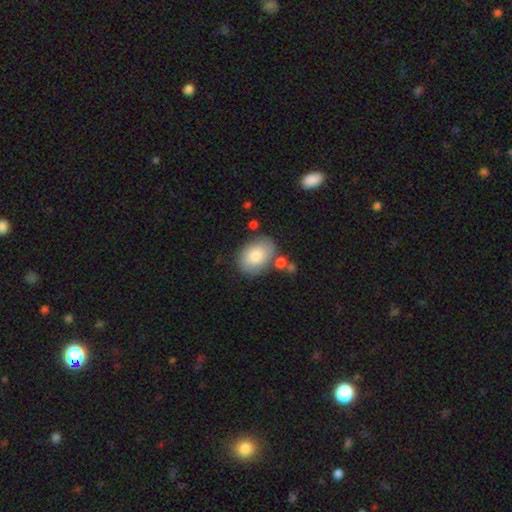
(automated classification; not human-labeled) smooth_or_featured: smooth (p=0.79) [alt: featured or disk p=0.14]
how_rounded: in between (p=0.78) [alt: round p=0.21]
merging: none (p=0.71) [alt: minor disturbance p=0.17]